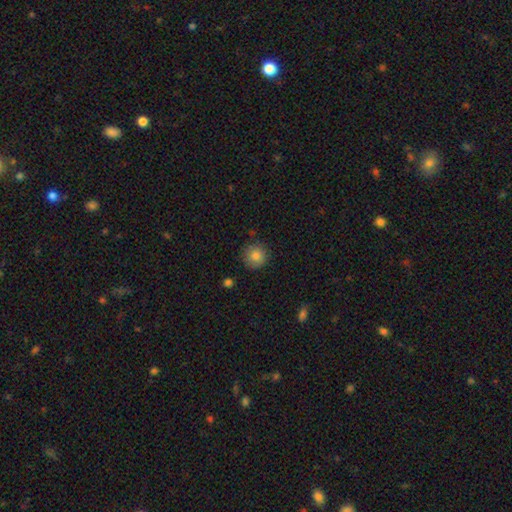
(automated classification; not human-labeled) A smooth galaxy with no disk features (84%) that is round (94%). Merging: none (86%).